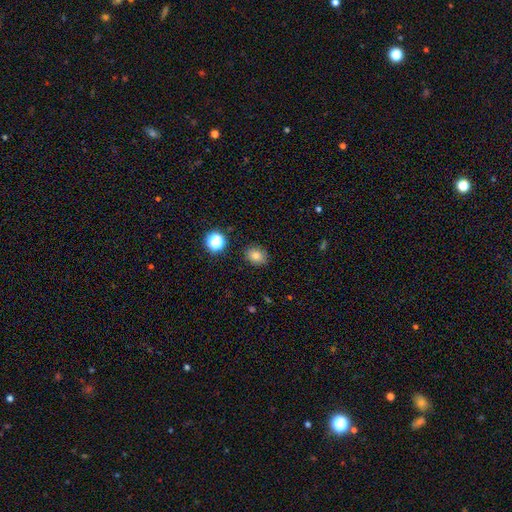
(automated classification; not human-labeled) smooth-or-featured: smooth: 77% | star or artifact: 14% | featured or disk: 8%
  how-rounded: round: 63% | in between: 36% | cigar-shaped: 1%
  merging: none: 86% | minor disturbance: 10% | major disturbance: 2% | merger: 2%